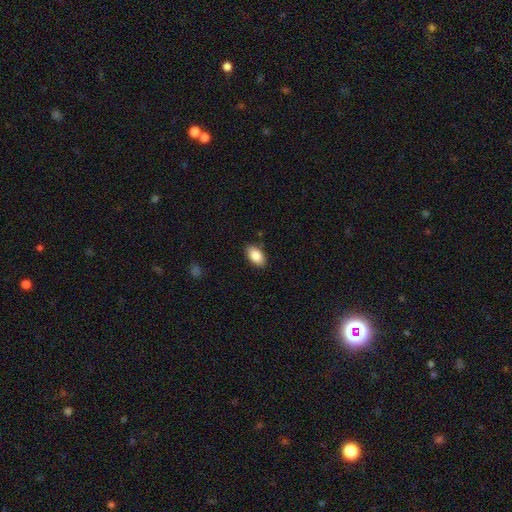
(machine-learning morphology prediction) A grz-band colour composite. It shows a smooth galaxy with no disk features (86%) that is in between round and cigar-shaped (93%). Merging: none (87%).